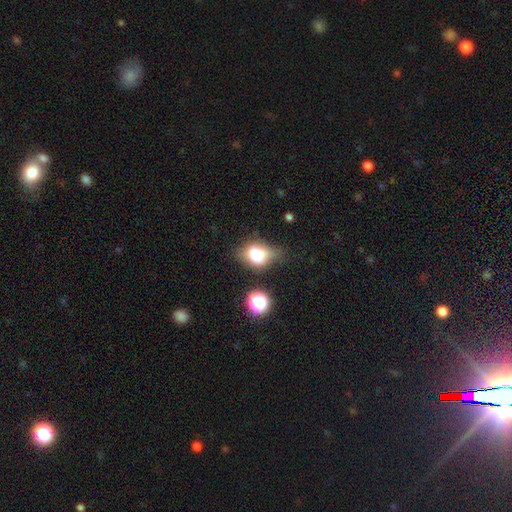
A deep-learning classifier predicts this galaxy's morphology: This is likely a smooth galaxy (73%). How rounded: likely in between (65%). Merging: marginally none (38%).